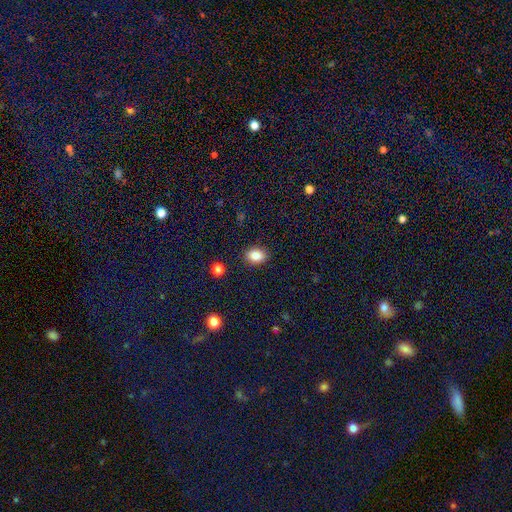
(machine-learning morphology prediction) This is clearly a smooth galaxy (85%). How rounded: likely in between (68%). Merging: clearly none (88%).